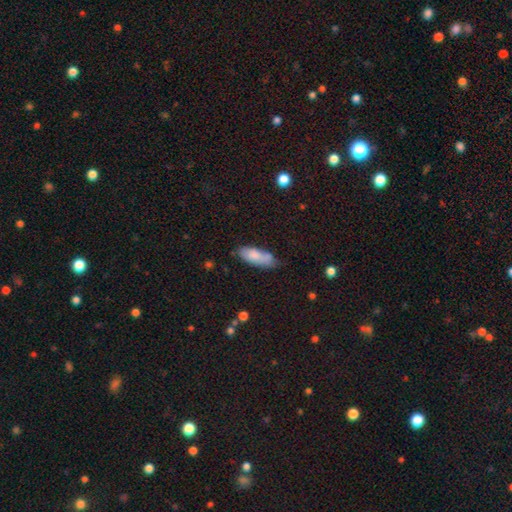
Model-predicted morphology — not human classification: This is likely a smooth galaxy (79%). How rounded: likely in between (74%). Merging: possibly none (56%).